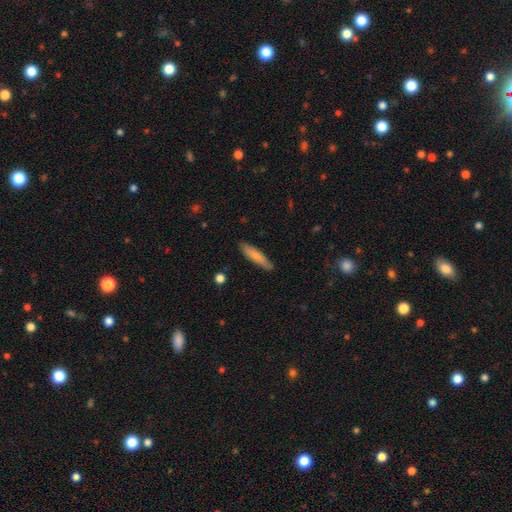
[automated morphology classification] This is likely a smooth galaxy (76%). How rounded: clearly cigar-shaped (81%). Merging: clearly none (85%).